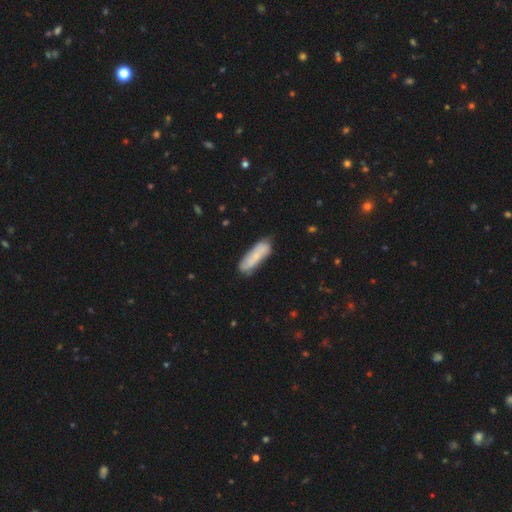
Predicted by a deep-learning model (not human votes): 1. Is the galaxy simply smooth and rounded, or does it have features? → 62% smooth, 31% featured or disk, 7% star or artifact.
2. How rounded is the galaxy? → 52% cigar-shaped, 46% in between, 2% round.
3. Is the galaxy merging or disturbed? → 74% none, 19% minor disturbance, 4% major disturbance, 3% merger.